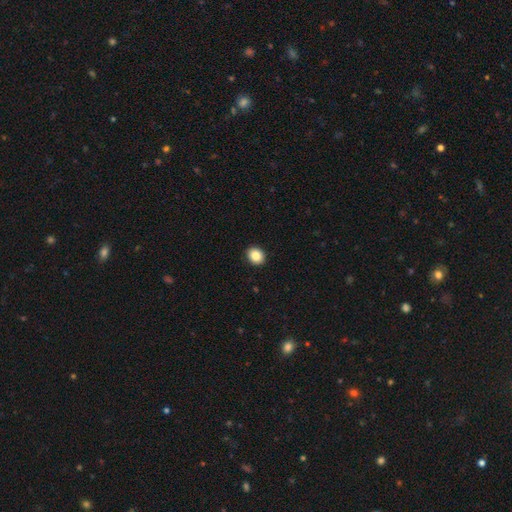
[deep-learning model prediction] Smooth or featured: smooth — 86% (star or artifact — 9%)
How rounded: round — 60% (in between — 39%)
Merging: none — 92% (minor disturbance — 5%)